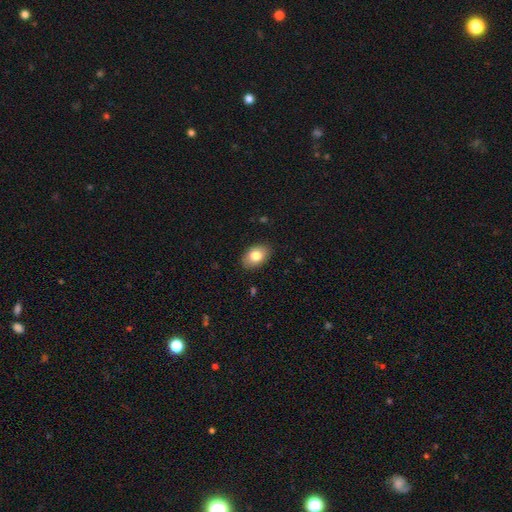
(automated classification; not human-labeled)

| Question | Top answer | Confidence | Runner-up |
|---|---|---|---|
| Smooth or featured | smooth | 82% | featured or disk (11%) |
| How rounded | in between | 87% | round (12%) |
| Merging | none | 87% | minor disturbance (10%) |